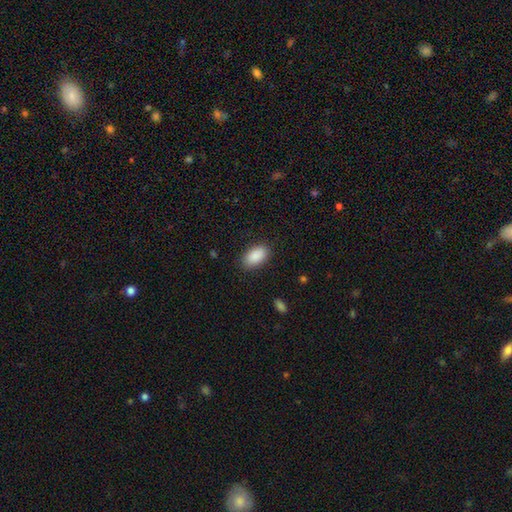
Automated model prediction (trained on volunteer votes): smooth-or-featured: smooth: 90% | star or artifact: 6% | featured or disk: 4%
  how-rounded: in between: 94% | round: 3% | cigar-shaped: 3%
  merging: none: 86% | minor disturbance: 10% | major disturbance: 3% | merger: 1%